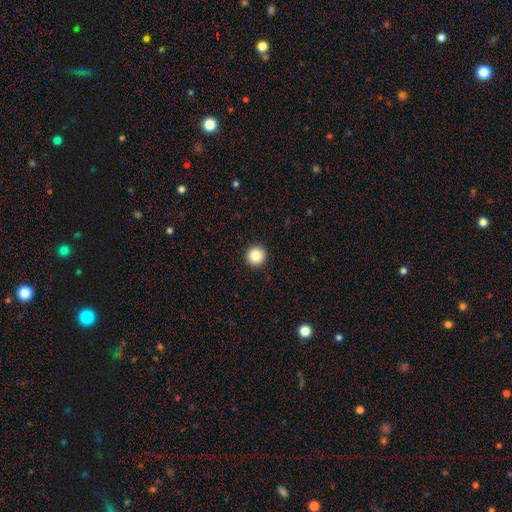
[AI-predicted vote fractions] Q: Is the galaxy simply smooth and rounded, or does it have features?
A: smooth — 87%.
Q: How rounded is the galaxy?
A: round — 96%.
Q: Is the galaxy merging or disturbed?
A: none — 93%.